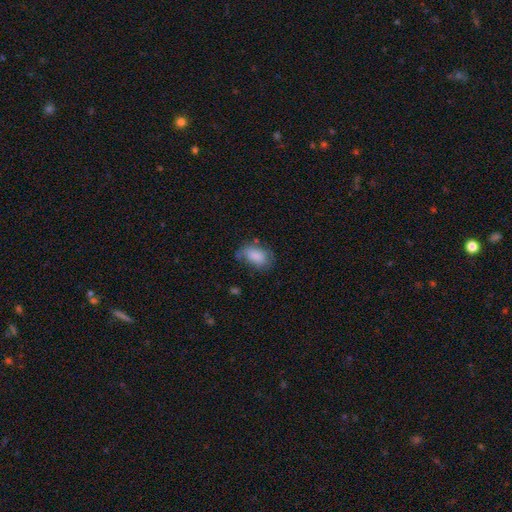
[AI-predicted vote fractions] Smooth or featured? Predicted: smooth (p=0.81). How rounded? Predicted: in between (p=0.89). Merging? Predicted: none (p=0.53).